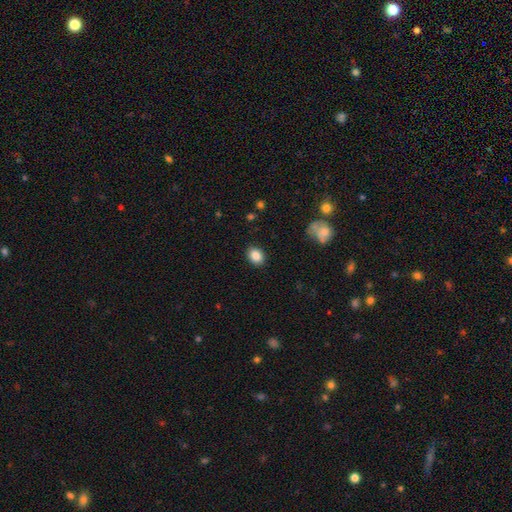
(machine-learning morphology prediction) A smooth galaxy with no disk features (86%) that is in between round and cigar-shaped (62%). Merging: none (88%).